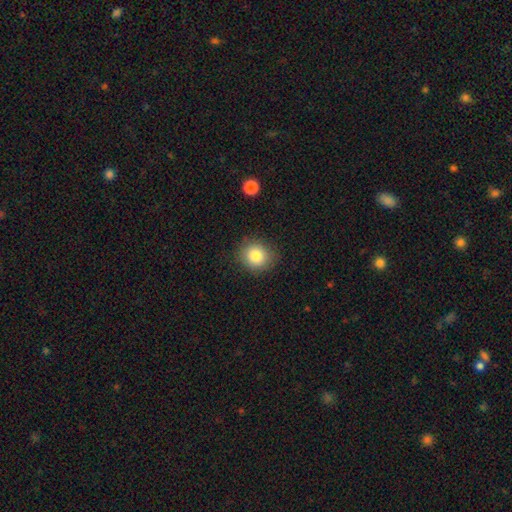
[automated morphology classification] smooth_or_featured: smooth (p=0.84) [alt: star or artifact p=0.10]
how_rounded: round (p=0.81) [alt: in between p=0.18]
merging: none (p=0.87) [alt: minor disturbance p=0.09]